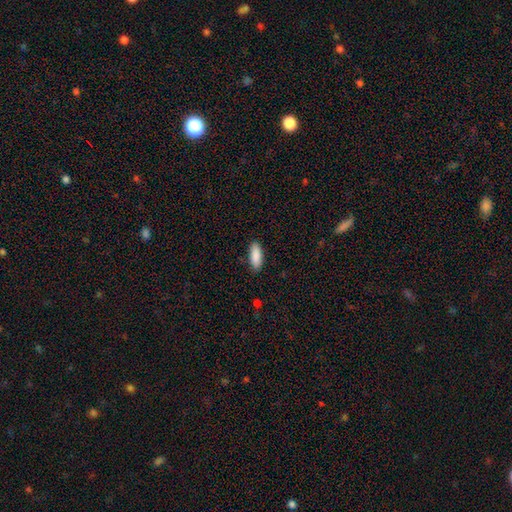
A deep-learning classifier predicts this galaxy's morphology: Overall: smooth (90%). How rounded: in between (70%). Merging: none (88%).